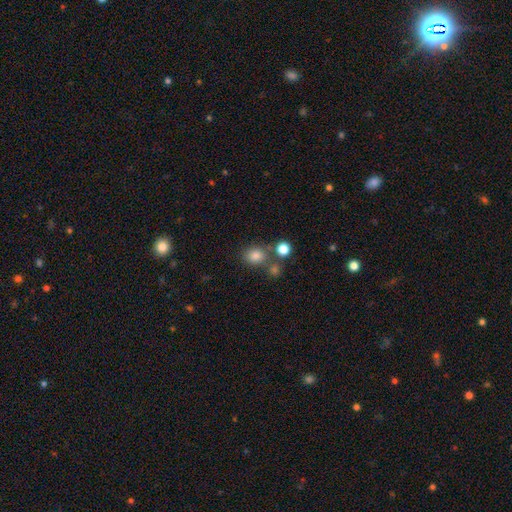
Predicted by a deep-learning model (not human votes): Q: Smooth or featured?
A: smooth (80%); runner-up: star or artifact (13%)
Q: How rounded?
A: round (63%); runner-up: in between (36%)
Q: Merging?
A: none (66%); runner-up: merger (18%)